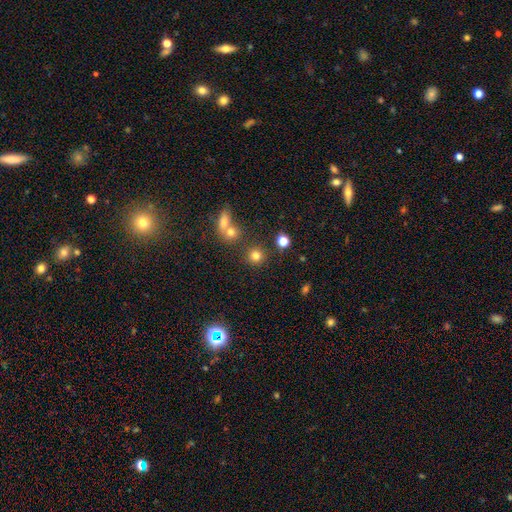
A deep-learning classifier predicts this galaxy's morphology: This is likely a smooth galaxy (77%). How rounded: clearly round (90%). Merging: likely none (77%).